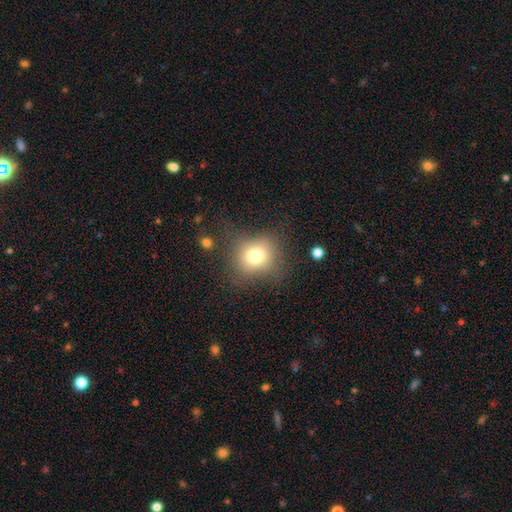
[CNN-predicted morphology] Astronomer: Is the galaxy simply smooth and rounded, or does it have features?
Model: smooth — 71%.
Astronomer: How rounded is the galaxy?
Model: round — 75%.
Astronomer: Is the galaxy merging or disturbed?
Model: none — 69%.